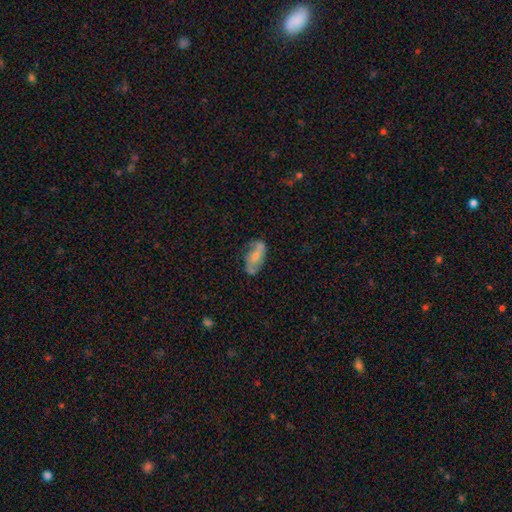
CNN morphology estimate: A featured or disk galaxy (64%) with no bar (42%), 2 (84%) loose (50%) spiral arms (84%) and a small central bulge (52%). Merging: none (62%).